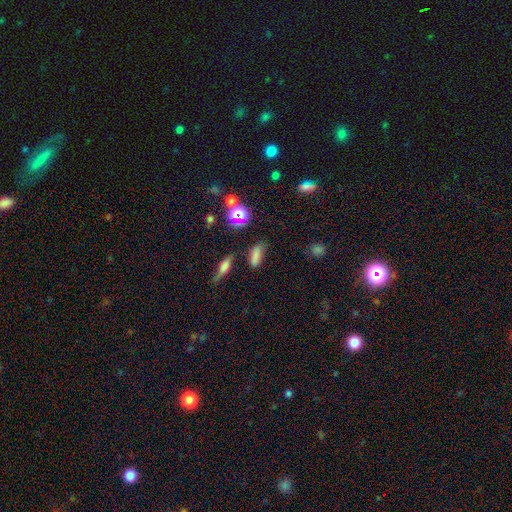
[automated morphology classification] Smooth or featured? smooth (75%)
How rounded? in between (76%)
Merging? none (70%)